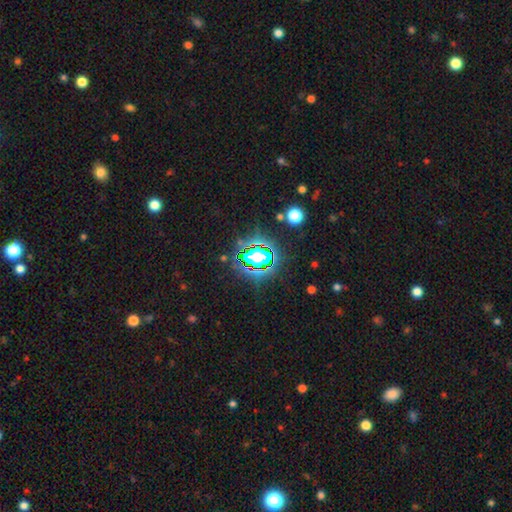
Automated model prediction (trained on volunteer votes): A star or artifact, not a galaxy (68%).